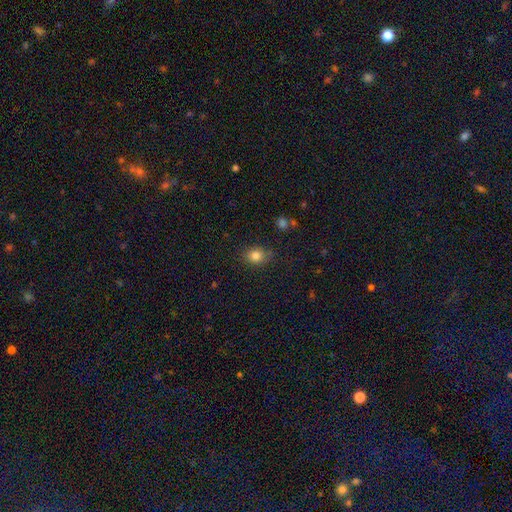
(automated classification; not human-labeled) A smooth galaxy with no disk features (82%) that is round (51%).

Vote fractions:
- Smooth or featured? smooth: 82% / star or artifact: 11% / featured or disk: 7%
- How rounded? round: 51% / in between: 48% / cigar-shaped: 1%
- Merging? none: 80% / minor disturbance: 14% / major disturbance: 3% / merger: 2%